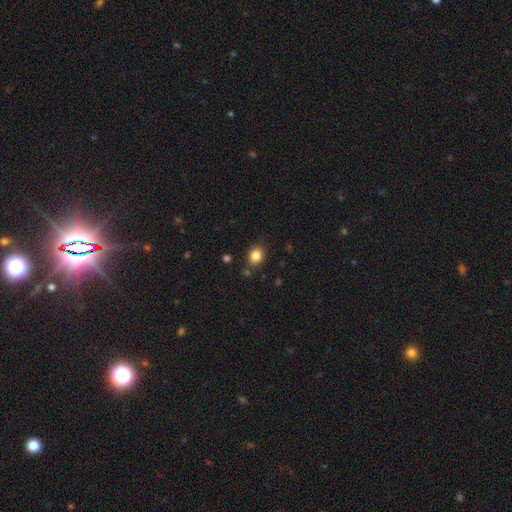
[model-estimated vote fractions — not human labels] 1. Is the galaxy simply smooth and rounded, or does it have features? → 85% smooth, 11% star or artifact, 5% featured or disk.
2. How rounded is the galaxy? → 56% round, 44% in between, 1% cigar-shaped.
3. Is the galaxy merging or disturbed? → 82% none, 11% minor disturbance, 4% merger, 3% major disturbance.